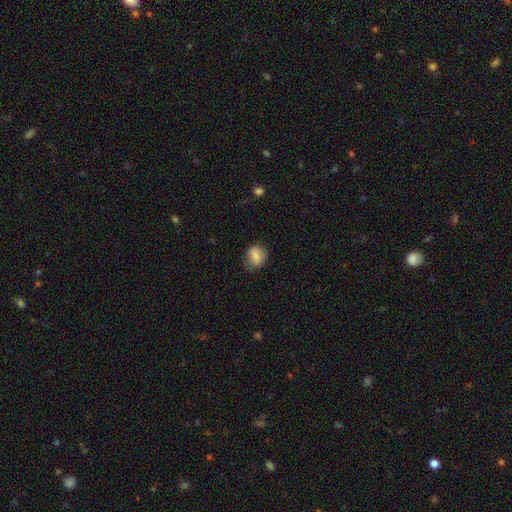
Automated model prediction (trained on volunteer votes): Smooth or featured? Predicted: smooth (p=0.80). How rounded? Predicted: round (p=0.58). Merging? Predicted: none (p=0.74).